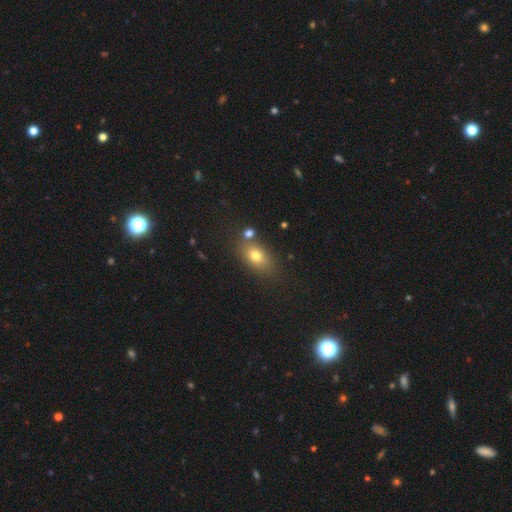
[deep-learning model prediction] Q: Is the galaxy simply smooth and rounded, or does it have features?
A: smooth — 74%.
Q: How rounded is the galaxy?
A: in between — 77%.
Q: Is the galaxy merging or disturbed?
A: none — 71%.